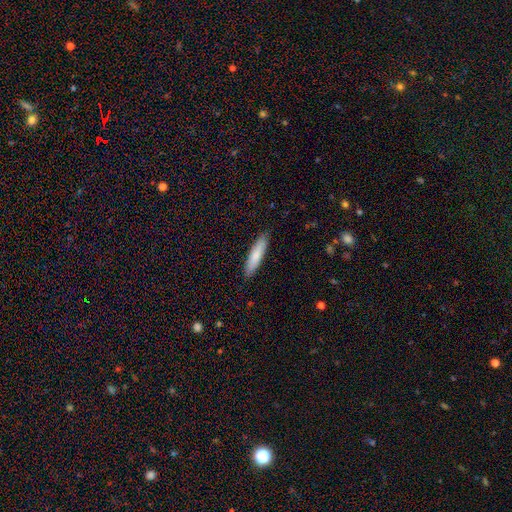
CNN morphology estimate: Smooth or featured: smooth — 80% (featured or disk — 15%)
How rounded: cigar-shaped — 81% (in between — 18%)
Merging: none — 89% (minor disturbance — 8%)